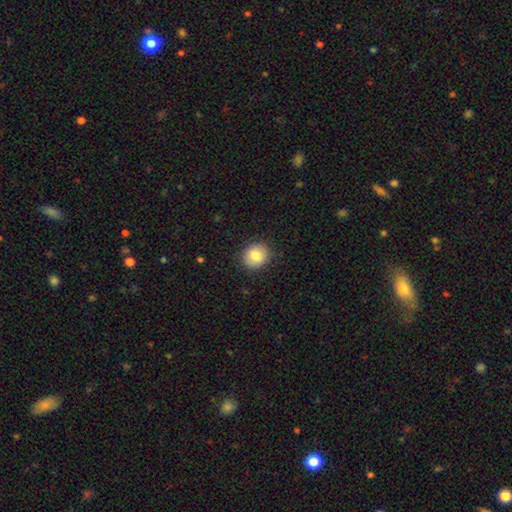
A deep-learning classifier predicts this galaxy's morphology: Smooth or featured: smooth — 83% (featured or disk — 9%)
How rounded: round — 74% (in between — 25%)
Merging: none — 88% (minor disturbance — 8%)